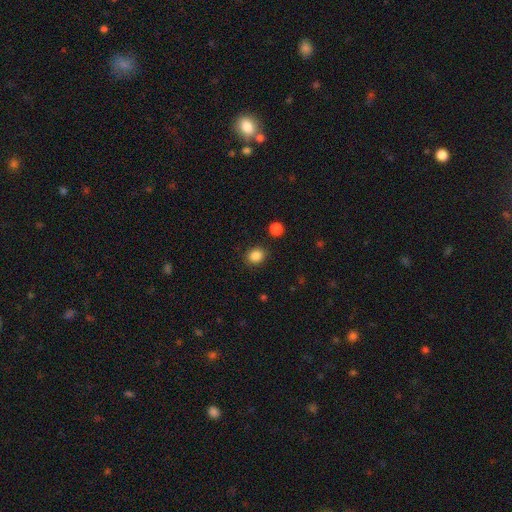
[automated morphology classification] Q: Smooth or featured?
A: smooth (86%); runner-up: star or artifact (11%)
Q: How rounded?
A: round (68%); runner-up: in between (31%)
Q: Merging?
A: none (87%); runner-up: minor disturbance (8%)